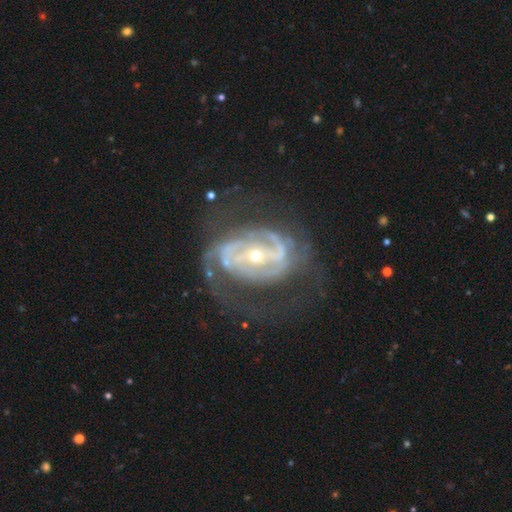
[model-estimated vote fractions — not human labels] Q: Smooth or featured?
A: featured or disk (88%); runner-up: star or artifact (6%)
Q: Edge-on disk?
A: no (96%); runner-up: yes (4%)
Q: Bar?
A: strong (40%); runner-up: weak (33%)
Q: Spiral arms?
A: yes (92%); runner-up: no (8%)
Q: Spiral winding?
A: tight (50%); runner-up: medium (37%)
Q: Spiral arm count?
A: 2 (51%); runner-up: can't tell (23%)
Q: Bulge size?
A: small (69%); runner-up: moderate (28%)
Q: Merging?
A: none (56%); runner-up: major disturbance (24%)